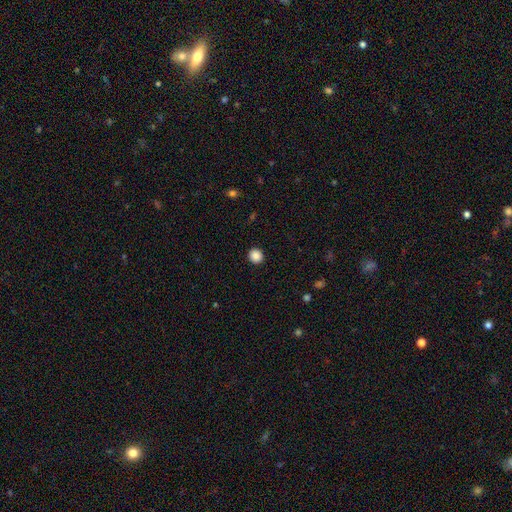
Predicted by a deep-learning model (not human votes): smooth-or-featured: smooth: 88% | star or artifact: 10% | featured or disk: 2%
  how-rounded: round: 90% | in between: 9% | cigar-shaped: 1%
  merging: none: 93% | minor disturbance: 5% | major disturbance: 2% | merger: 1%